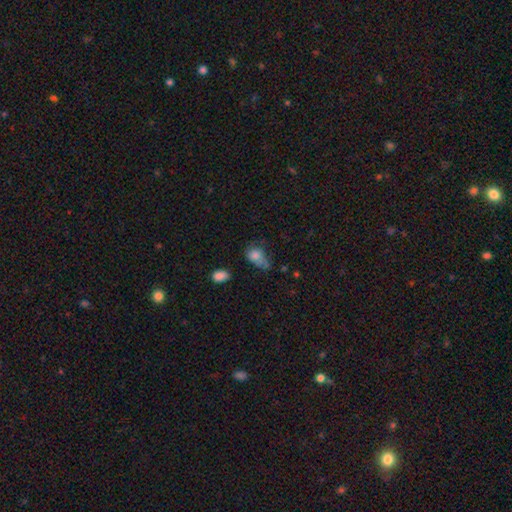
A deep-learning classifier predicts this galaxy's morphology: Overall: smooth (76%). How rounded: in between (72%). Merging: minor disturbance (37%; major disturbance 29%).